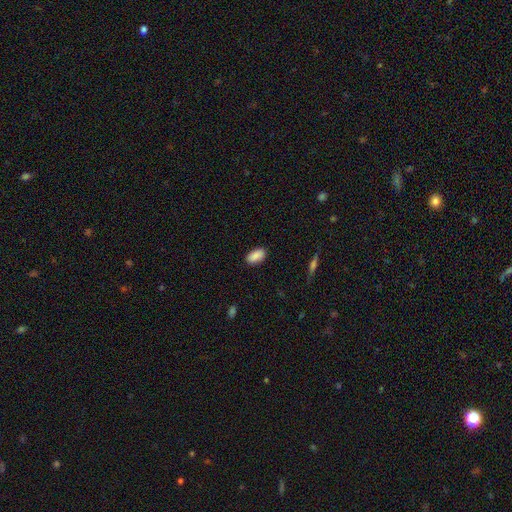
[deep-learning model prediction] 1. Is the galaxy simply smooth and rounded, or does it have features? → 89% smooth, 7% star or artifact, 4% featured or disk.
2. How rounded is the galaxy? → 92% in between, 5% cigar-shaped, 3% round.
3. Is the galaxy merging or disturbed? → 86% none, 10% minor disturbance, 2% major disturbance, 1% merger.